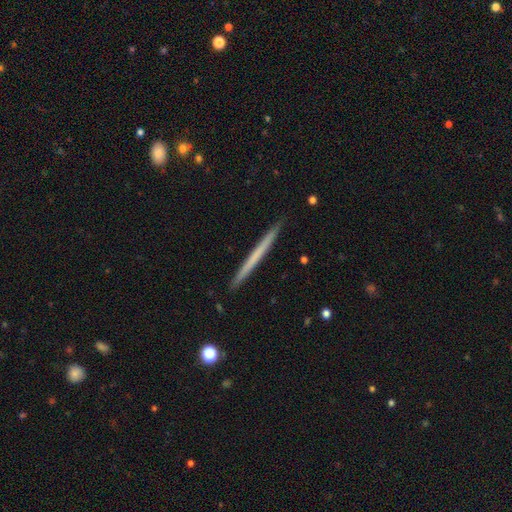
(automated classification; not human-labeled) This appears to be a smooth galaxy with no disk features (51%) that is cigar-shaped (98%). Merging: none (92%).